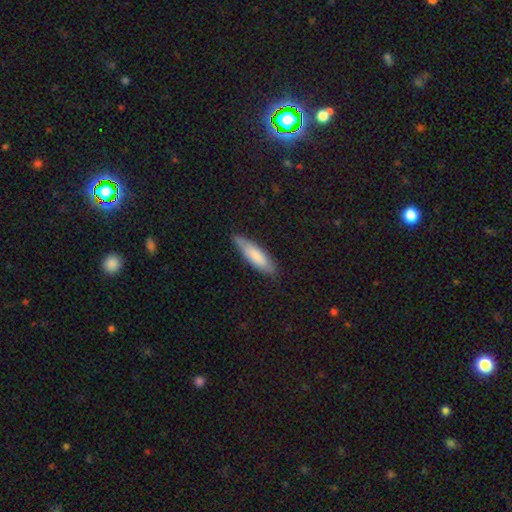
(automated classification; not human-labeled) The model was most divided on "how rounded": cigar-shaped: 57%, in between: 41%, round: 1%. More confident: smooth or featured — smooth (78%); merging — none (70%).